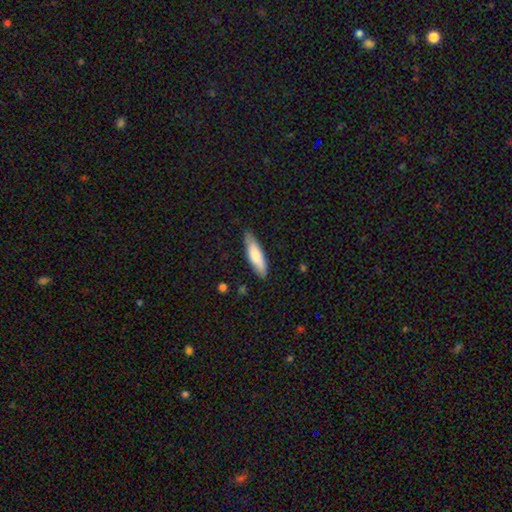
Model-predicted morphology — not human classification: Smooth or featured? smooth (76%)
How rounded? cigar-shaped (64%)
Merging? none (85%)